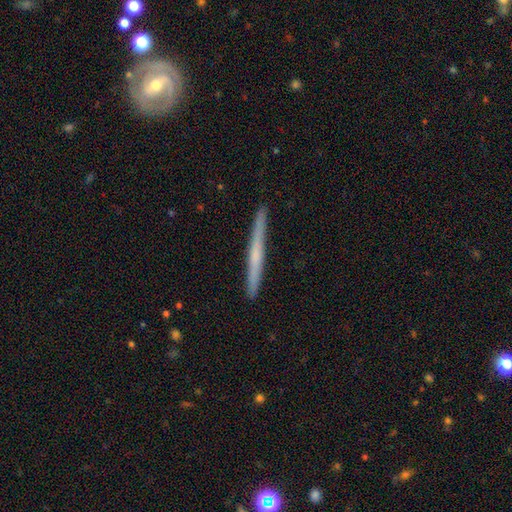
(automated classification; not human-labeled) Smooth or featured: featured or disk — 52% (smooth — 42%)
Edge-on disk: yes — 97% (no — 3%)
Edge-on bulge: none — 72% (rounded — 22%)
Merging: none — 91% (minor disturbance — 6%)